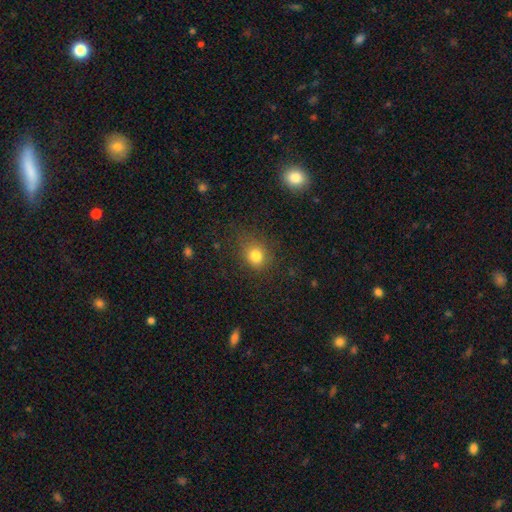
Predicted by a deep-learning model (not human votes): Smooth or featured? smooth (79%)
How rounded? round (71%)
Merging? none (78%)